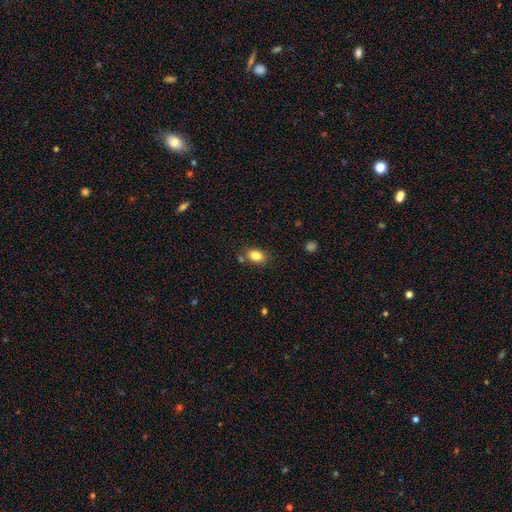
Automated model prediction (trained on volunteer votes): smooth-or-featured: smooth: 83% | star or artifact: 10% | featured or disk: 8%
  how-rounded: in between: 76% | round: 22% | cigar-shaped: 1%
  merging: none: 75% | minor disturbance: 14% | merger: 8% | major disturbance: 3%